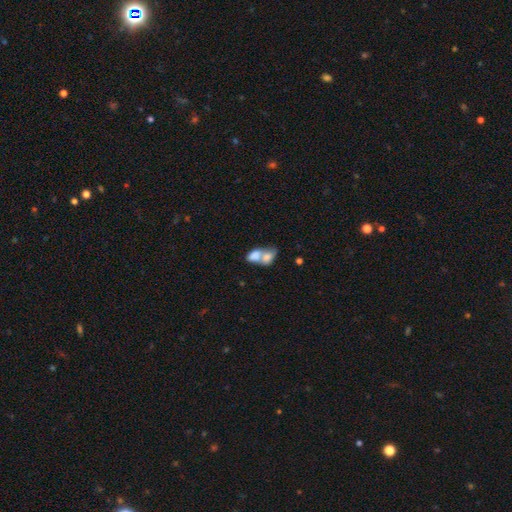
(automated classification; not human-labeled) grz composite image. It shows a smooth galaxy with no disk features (71%) that is in between round and cigar-shaped (80%). Merging: merger (77%).